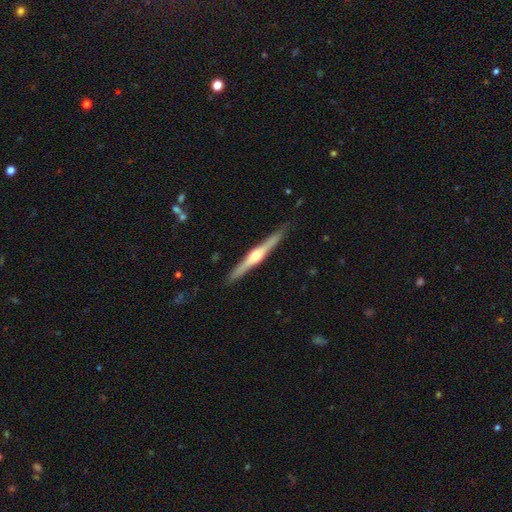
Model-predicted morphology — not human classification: Smooth or featured? Predicted: featured or disk (p=0.76). Edge-on disk? Predicted: yes (p=0.98). Edge-on bulge? Predicted: rounded (p=0.88). Merging? Predicted: none (p=0.88).